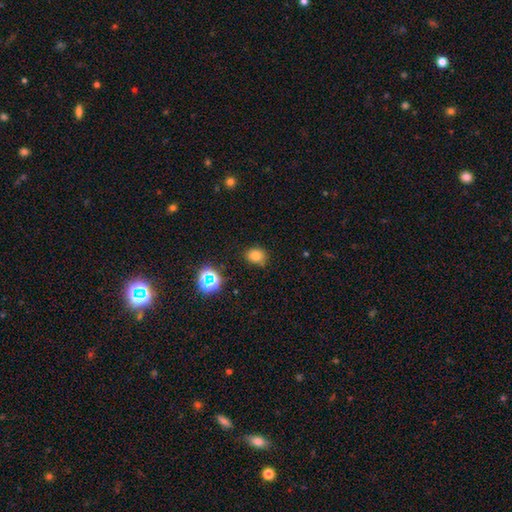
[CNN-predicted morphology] type=smooth (75%); roundness=round (52%); merging=none (79%).